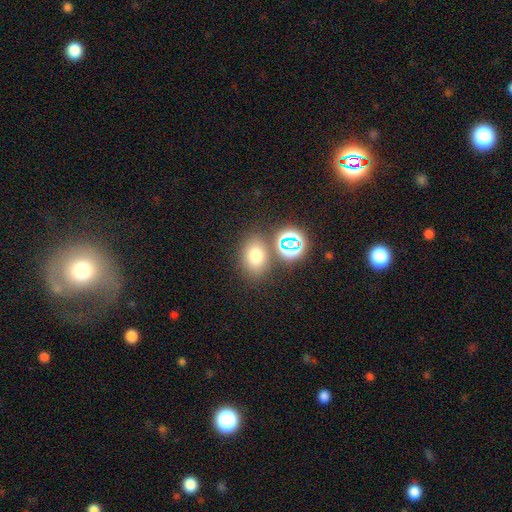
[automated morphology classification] This appears to be a smooth galaxy with no disk features (69%) that is in between round and cigar-shaped (62%). Merging: none (73%).